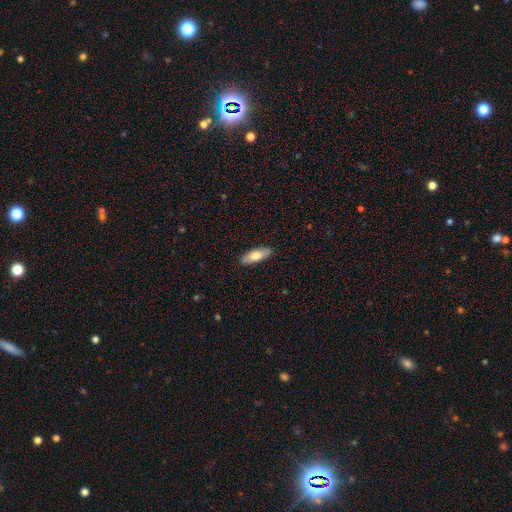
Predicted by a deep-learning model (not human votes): Morphology: type=smooth (71%); roundness=in between (65%); merging=none (88%).